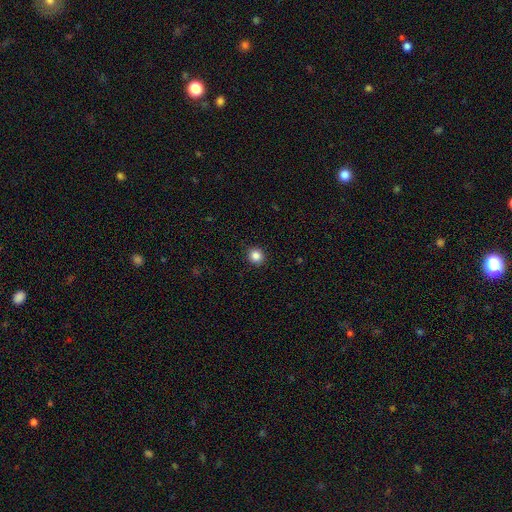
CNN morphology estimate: The model was most divided on "smooth or featured": smooth: 85%, star or artifact: 11%, featured or disk: 4%. More confident: merging — none (92%); how rounded — round (88%).